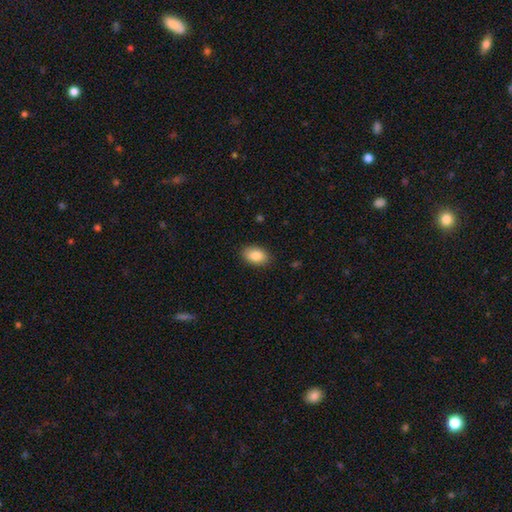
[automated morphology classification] A smooth galaxy with no disk features (85%) that is in between round and cigar-shaped (88%).

Vote fractions:
- Smooth or featured? smooth: 85% / featured or disk: 7% / star or artifact: 7%
- How rounded? in between: 88% / round: 11% / cigar-shaped: 1%
- Merging? none: 88% / minor disturbance: 9% / major disturbance: 2% / merger: 1%